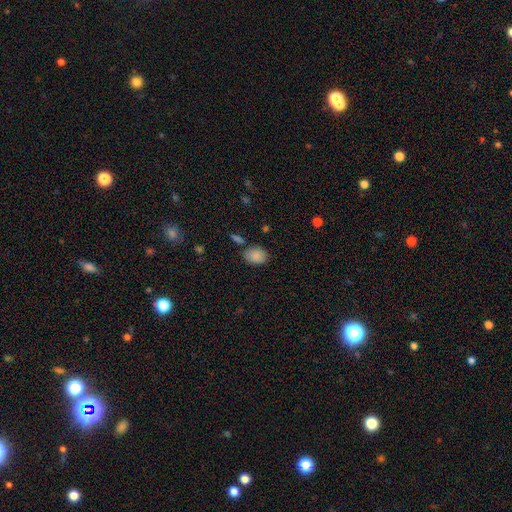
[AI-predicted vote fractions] A smooth galaxy with no disk features (87%) that is in between round and cigar-shaped (73%). Merging: none (74%).